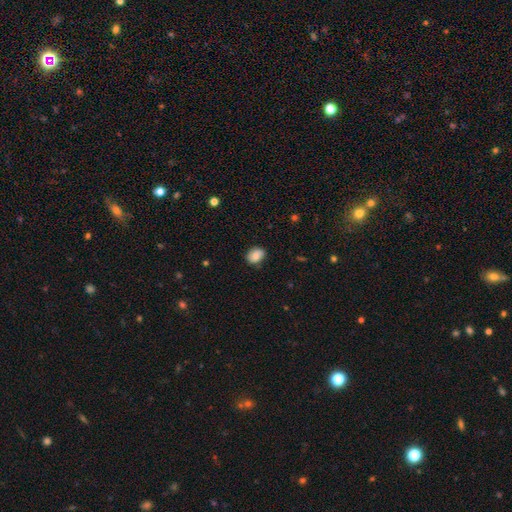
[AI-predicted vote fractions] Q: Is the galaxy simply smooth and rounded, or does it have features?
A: smooth — 82%.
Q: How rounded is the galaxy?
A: in between — 62%.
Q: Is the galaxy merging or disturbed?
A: none — 75%.